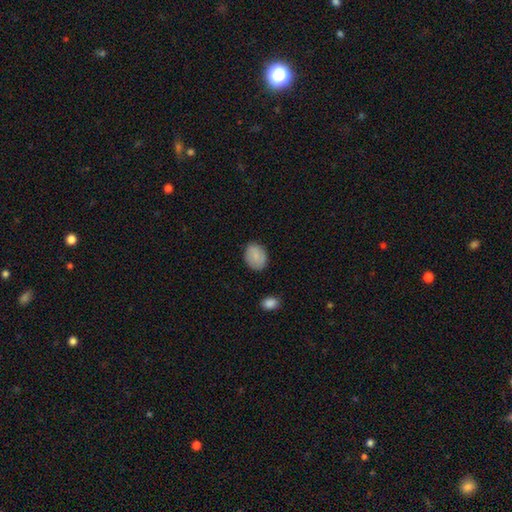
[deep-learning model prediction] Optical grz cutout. It shows a smooth galaxy with no disk features (84%) that is in between round and cigar-shaped (62%). Merging: none (84%).